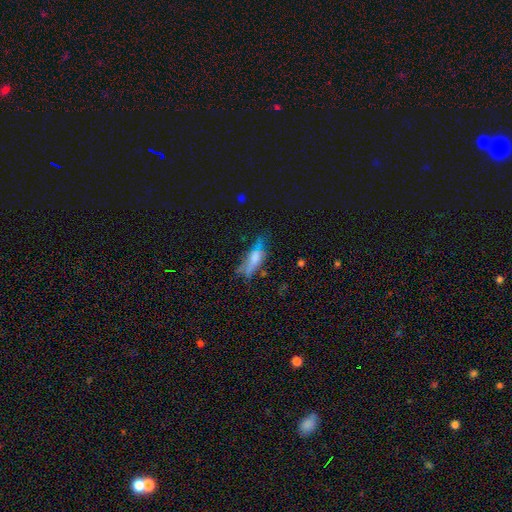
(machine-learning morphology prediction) A smooth galaxy with no disk features (43%).

Vote fractions:
- Smooth or featured? smooth: 43% / featured or disk: 41% / star or artifact: 16%
- Merging? none: 48% / minor disturbance: 27% / major disturbance: 20% / merger: 4%